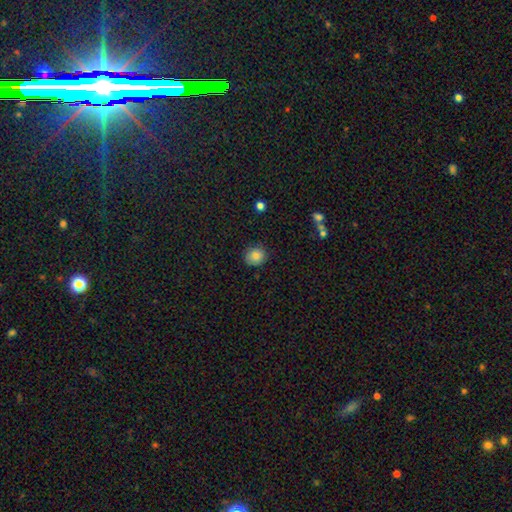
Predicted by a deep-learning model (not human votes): Overall: smooth (81%). How rounded: round (81%). Merging: none (86%).